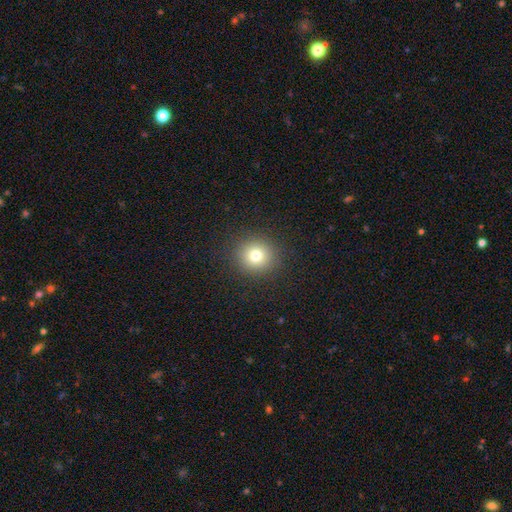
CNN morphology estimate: The model was most divided on "smooth or featured": smooth: 77%, star or artifact: 14%, featured or disk: 8%. More confident: merging — none (91%); how rounded — round (91%).